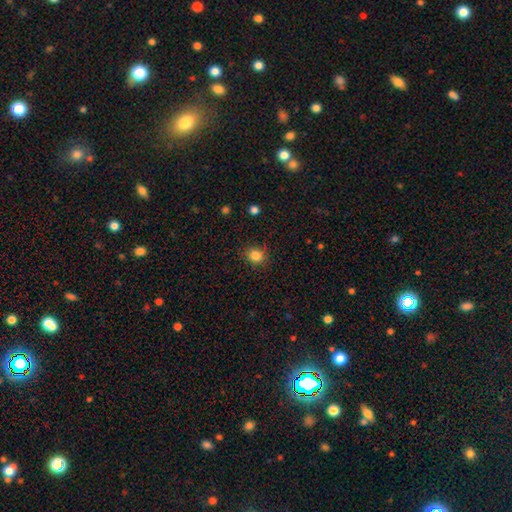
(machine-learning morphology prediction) Smooth or featured?
  - smooth: 84% *
  - star or artifact: 11%
  - featured or disk: 4%
How rounded?
  - round: 73% *
  - in between: 26%
  - cigar-shaped: 1%
Merging?
  - none: 83% *
  - minor disturbance: 12%
  - major disturbance: 3%
  - merger: 1%